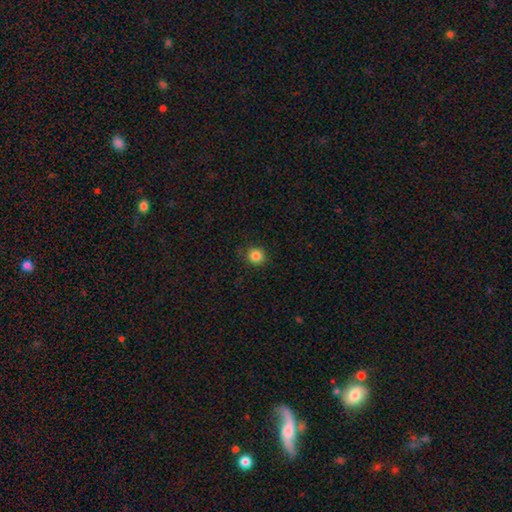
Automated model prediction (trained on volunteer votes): The model was most divided on "smooth or featured": smooth: 85%, star or artifact: 11%, featured or disk: 4%. More confident: how rounded — round (91%); merging — none (87%).